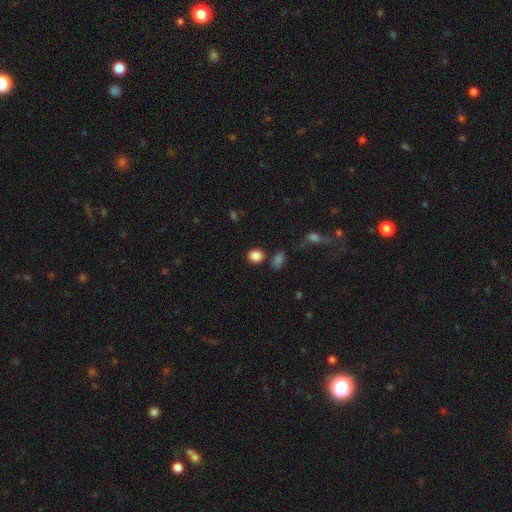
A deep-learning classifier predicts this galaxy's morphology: smooth 86%, star or artifact 10%, featured or disk 4%. Down the decision tree: how rounded — round (67%); merging — none (79%).